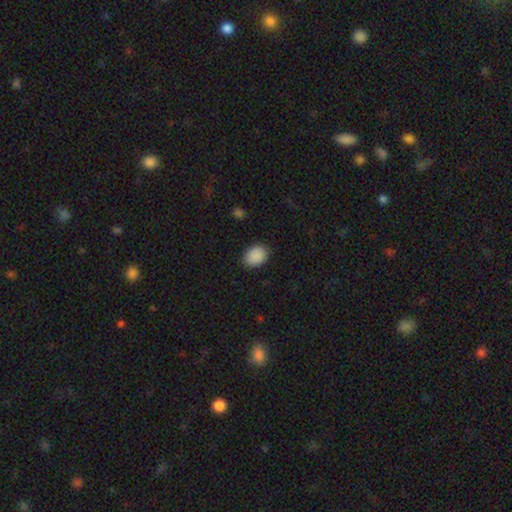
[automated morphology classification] This appears to be a smooth galaxy with no disk features (90%) that is in between round and cigar-shaped (70%). Merging: none (85%).